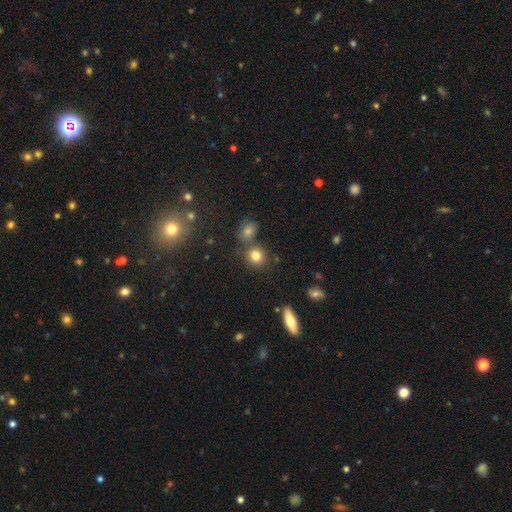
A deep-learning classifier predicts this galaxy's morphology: smooth-or-featured: smooth: 80% | star or artifact: 12% | featured or disk: 7%
  how-rounded: round: 82% | in between: 17% | cigar-shaped: 1%
  merging: none: 69% | merger: 17% | minor disturbance: 10% | major disturbance: 4%